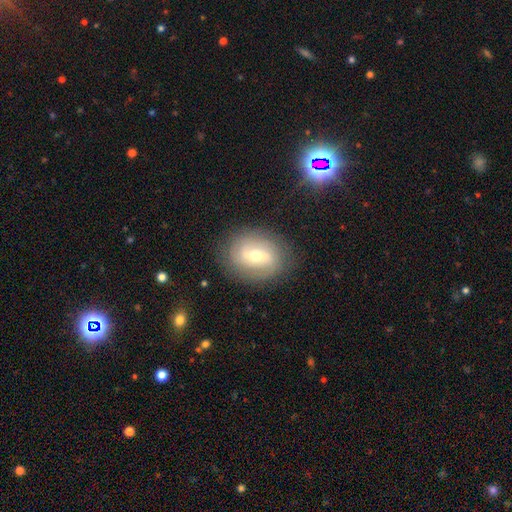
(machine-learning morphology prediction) smooth_or_featured: featured or disk (p=0.70) [alt: smooth p=0.22]
disk_edge_on: no (p=0.94) [alt: yes p=0.06]
bar: weak (p=0.46) [alt: strong p=0.33]
has_spiral_arms: yes (p=0.80) [alt: no p=0.20]
spiral_winding: tight (p=0.45) [alt: medium p=0.35]
spiral_arm_count: 2 (p=0.56) [alt: can't tell p=0.26]
bulge_size: moderate (p=0.59) [alt: small p=0.36]
merging: none (p=0.82) [alt: minor disturbance p=0.12]